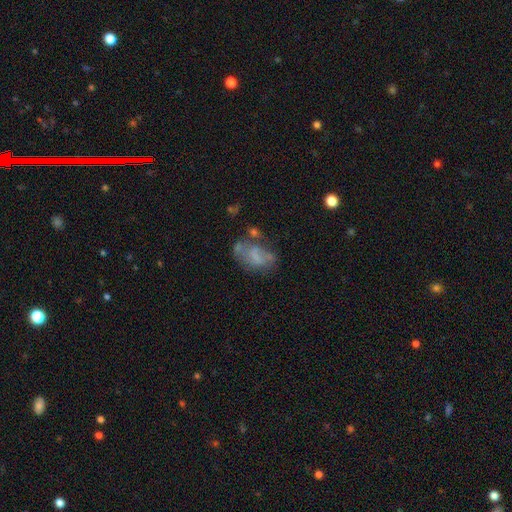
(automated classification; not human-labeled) A featured or disk galaxy (44%).

Vote fractions:
- Smooth or featured? featured or disk: 44% / smooth: 43% / star or artifact: 13%
- Merging? none: 36% / major disturbance: 25% / minor disturbance: 23% / merger: 16%